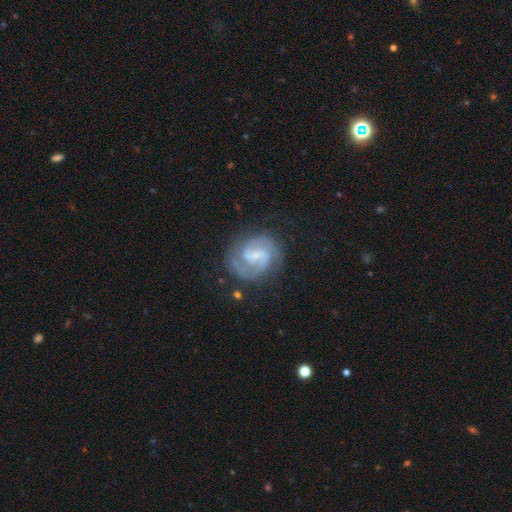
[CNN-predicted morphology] Q: Smooth or featured?
A: featured or disk (85%); runner-up: smooth (9%)
Q: Edge-on disk?
A: no (98%); runner-up: yes (2%)
Q: Bar?
A: weak (55%); runner-up: no (27%)
Q: Spiral arms?
A: yes (96%); runner-up: no (4%)
Q: Spiral winding?
A: medium (51%); runner-up: tight (36%)
Q: Spiral arm count?
A: 2 (78%); runner-up: can't tell (8%)
Q: Bulge size?
A: small (65%); runner-up: moderate (19%)
Q: Merging?
A: none (72%); runner-up: minor disturbance (17%)